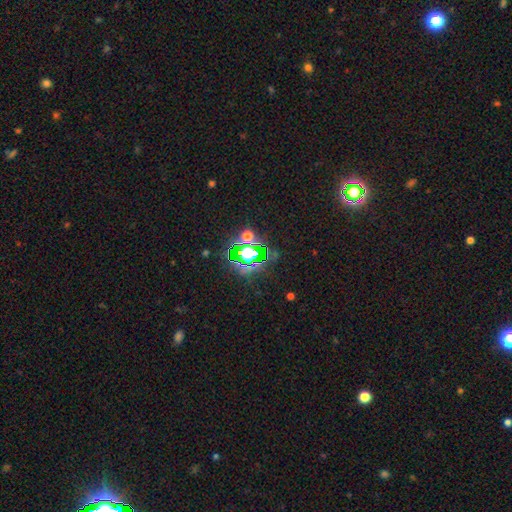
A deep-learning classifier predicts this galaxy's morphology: smooth_or_featured: star or artifact (p=0.76) [alt: smooth p=0.15]